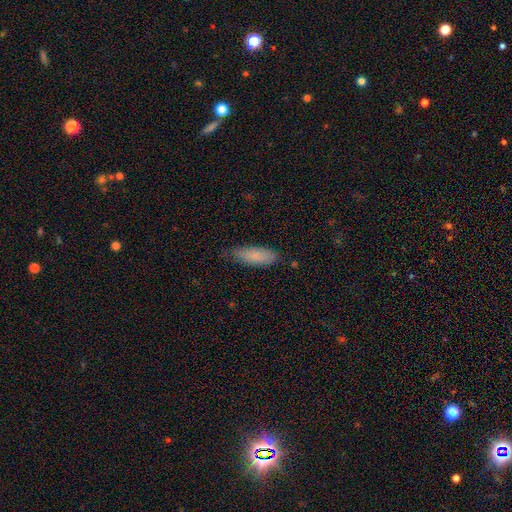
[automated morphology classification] Smooth or featured?
  - smooth: 84% *
  - featured or disk: 10%
  - star or artifact: 6%
How rounded?
  - in between: 61% *
  - cigar-shaped: 37%
  - round: 2%
Merging?
  - none: 71% *
  - minor disturbance: 24%
  - major disturbance: 4%
  - merger: 1%